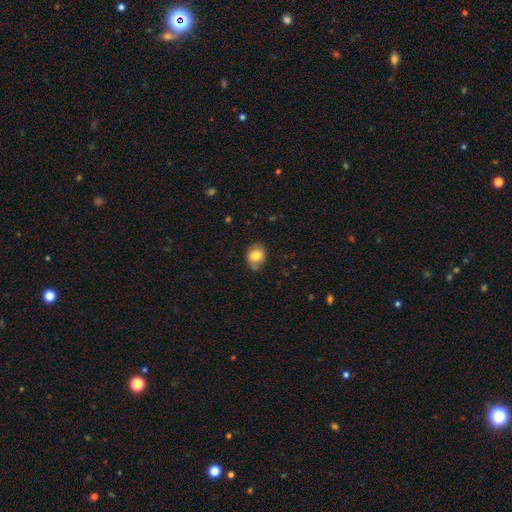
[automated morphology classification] Overall: smooth (78%). How rounded: round (61%; in between 38%). Merging: none (69%).